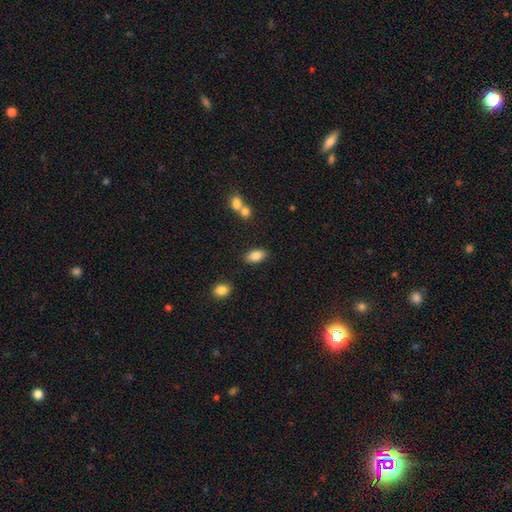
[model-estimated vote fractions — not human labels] The model was most divided on "smooth or featured": smooth: 83%, featured or disk: 10%, star or artifact: 8%. More confident: how rounded — in between (92%); merging — none (84%).